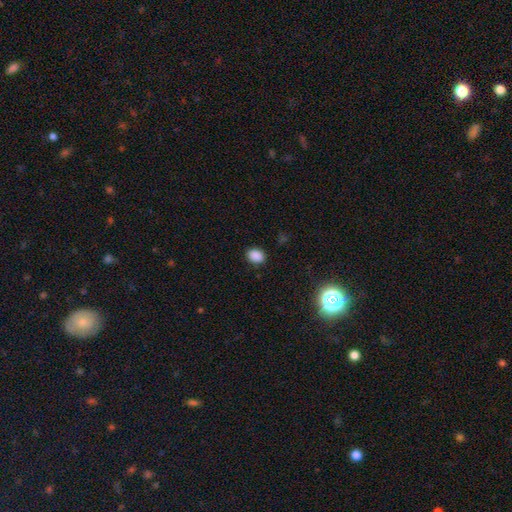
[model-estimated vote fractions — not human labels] A smooth galaxy with no disk features (86%) that is in between round and cigar-shaped (63%). Merging: none (87%).